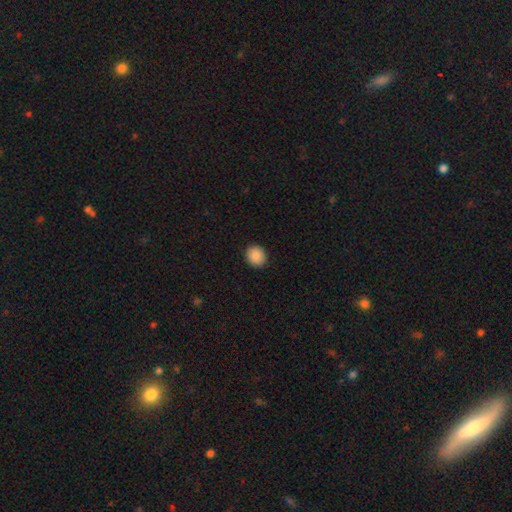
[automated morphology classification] Overall: smooth (89%). How rounded: round (82%). Merging: none (91%).